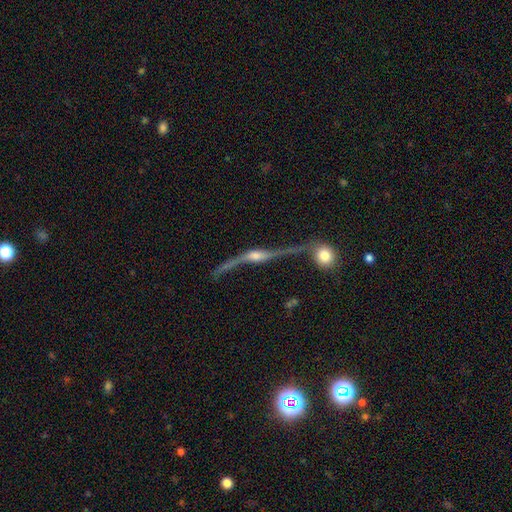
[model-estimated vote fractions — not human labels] smooth-or-featured: featured or disk: 83% | smooth: 9% | star or artifact: 8%
  disk-edge-on: yes: 68% | no: 32%
    edge-on-bulge: rounded: 87% | boxy: 7% | none: 5%
  merging: none: 49% | merger: 21% | minor disturbance: 16% | major disturbance: 14%